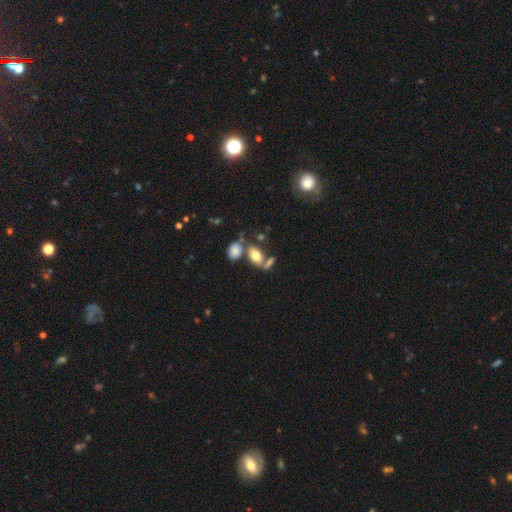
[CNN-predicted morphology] Overall: smooth (71%). How rounded: in between (84%). Merging: none (52%; merger 28%).